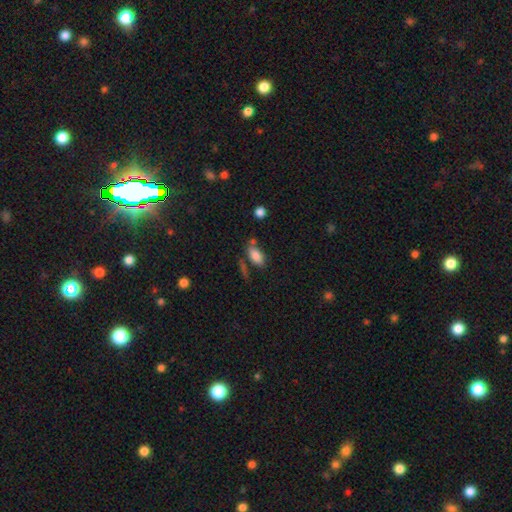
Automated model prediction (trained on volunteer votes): Smooth or featured: smooth — 82% (featured or disk — 9%)
How rounded: in between — 89% (cigar-shaped — 7%)
Merging: none — 62% (minor disturbance — 16%)